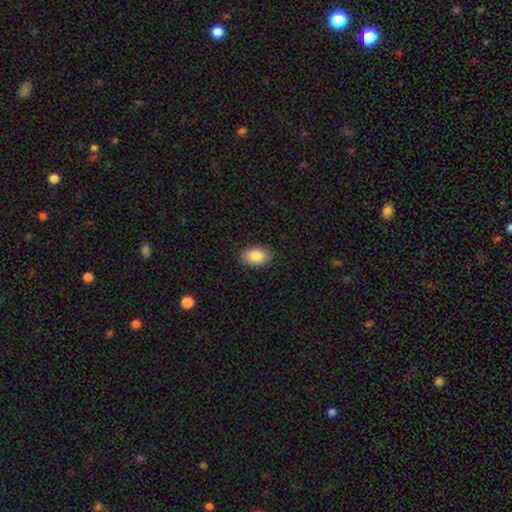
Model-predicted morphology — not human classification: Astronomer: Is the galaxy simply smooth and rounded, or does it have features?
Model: smooth — 86%.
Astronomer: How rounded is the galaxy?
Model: in between — 89%.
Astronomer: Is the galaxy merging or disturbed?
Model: none — 87%.